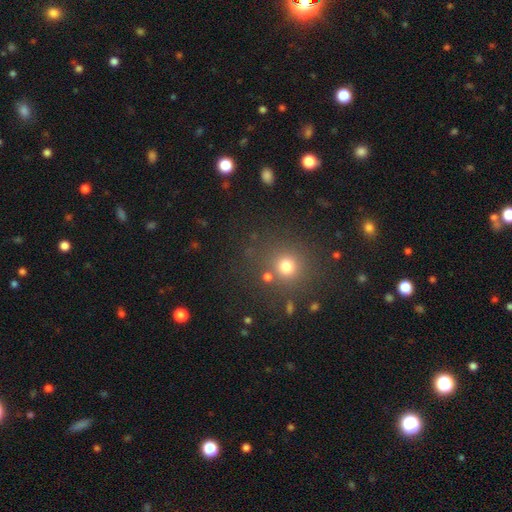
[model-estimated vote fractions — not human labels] Morphology: type=smooth (53%); roundness=round (92%); merging=none (84%).